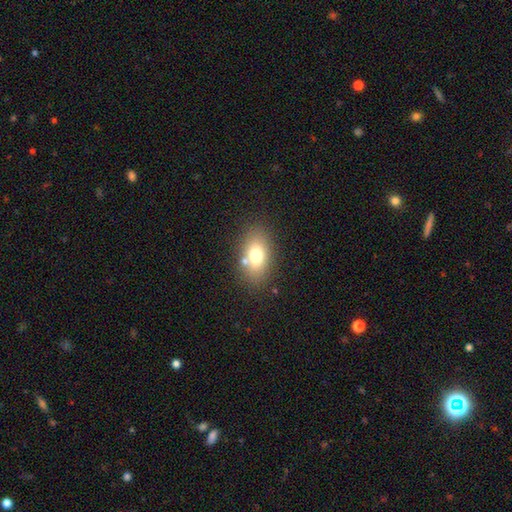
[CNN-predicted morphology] This appears to be a smooth galaxy with no disk features (73%) that is in between round and cigar-shaped (85%). Merging: none (77%).